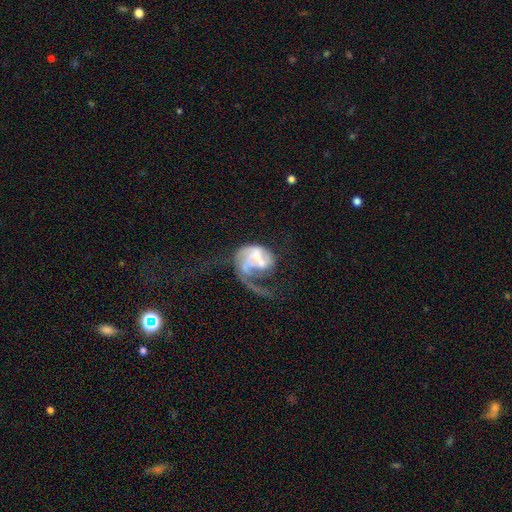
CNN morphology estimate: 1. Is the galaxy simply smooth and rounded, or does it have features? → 72% featured or disk, 21% smooth, 8% star or artifact.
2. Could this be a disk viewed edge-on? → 98% no, 2% yes.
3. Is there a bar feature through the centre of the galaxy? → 56% no, 33% weak, 12% strong.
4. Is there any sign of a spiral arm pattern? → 73% yes, 27% no.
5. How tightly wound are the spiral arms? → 56% loose, 29% medium, 15% tight.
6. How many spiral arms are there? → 71% 1, 12% 2, 11% can't tell, 3% 3, 2% 4, 2% more than 4.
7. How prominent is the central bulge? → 30% none, 29% small, 28% moderate, 10% large, 3% dominant.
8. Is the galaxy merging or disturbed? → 57% major disturbance, 17% none, 15% merger, 10% minor disturbance.